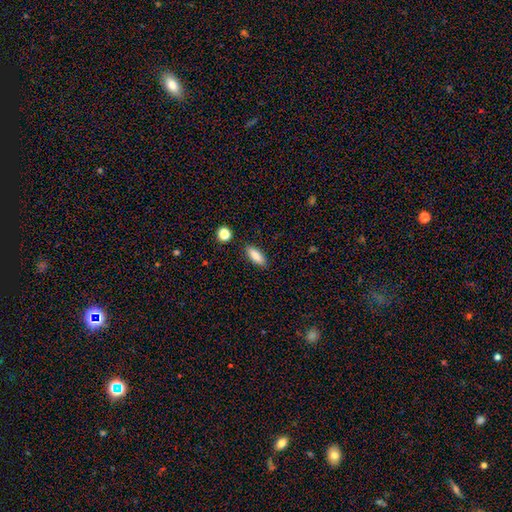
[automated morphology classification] Smooth or featured: smooth — 85% (featured or disk — 8%)
How rounded: in between — 72% (cigar-shaped — 25%)
Merging: none — 87% (minor disturbance — 9%)